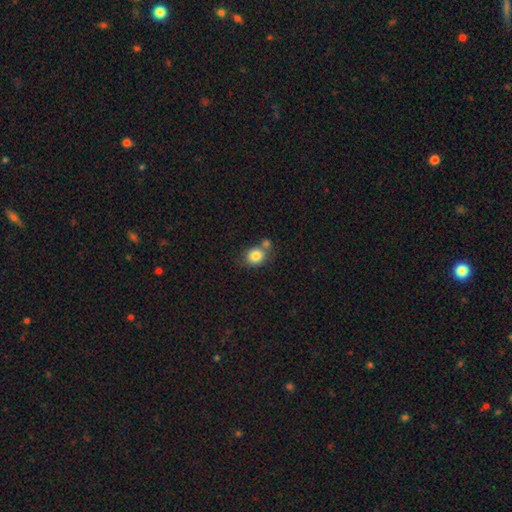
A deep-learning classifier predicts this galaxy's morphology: Smooth or featured: smooth — 83% (star or artifact — 9%)
How rounded: round — 71% (in between — 28%)
Merging: none — 53% (merger — 30%)